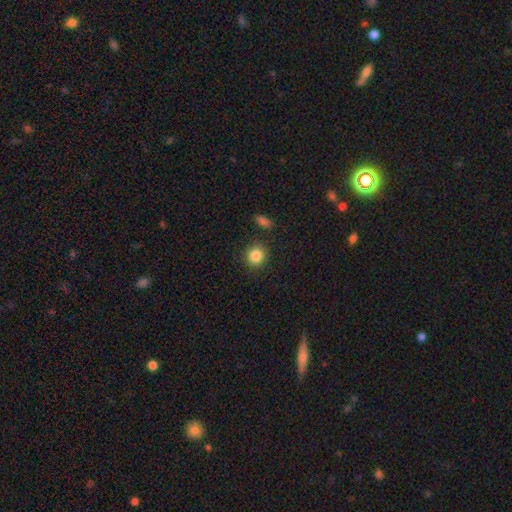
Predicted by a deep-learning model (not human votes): smooth 85%, star or artifact 10%, featured or disk 5%. Down the decision tree: how rounded — round (91%); merging — none (86%).